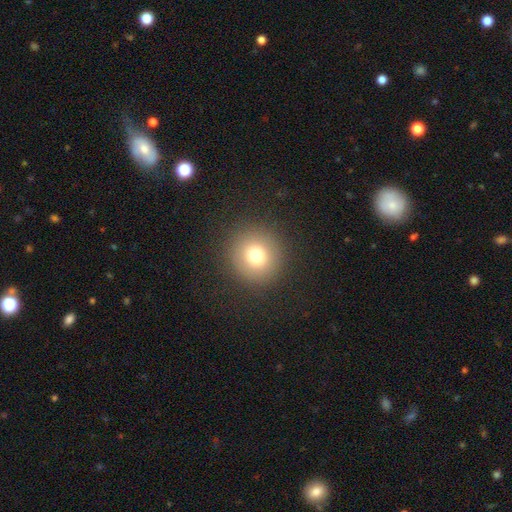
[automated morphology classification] type=smooth (75%); roundness=round (93%); merging=none (90%).